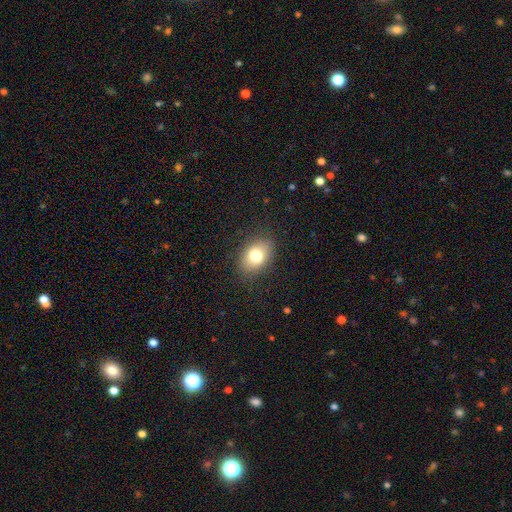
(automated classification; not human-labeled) This appears to be a smooth galaxy with no disk features (77%) that is in between round and cigar-shaped (76%). Merging: none (85%).